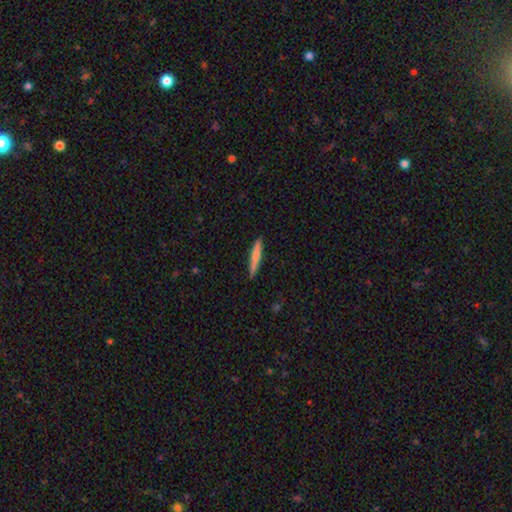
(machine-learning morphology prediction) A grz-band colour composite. It shows a smooth galaxy with no disk features (68%) that is cigar-shaped (94%). Merging: none (88%).